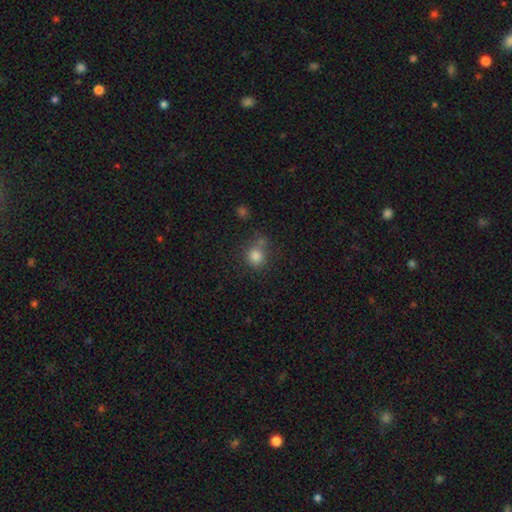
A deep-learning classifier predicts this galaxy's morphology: smooth 82%, star or artifact 12%, featured or disk 6%. Down the decision tree: how rounded — round (85%); merging — none (62%).